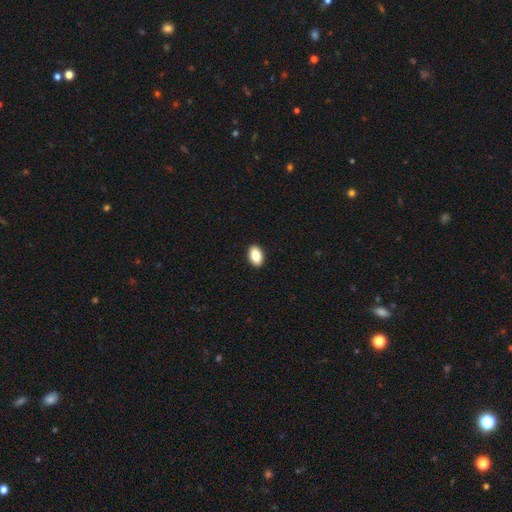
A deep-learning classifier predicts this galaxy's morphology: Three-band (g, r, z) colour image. It shows a smooth galaxy with no disk features (85%) that is in between round and cigar-shaped (90%). Merging: none (92%).